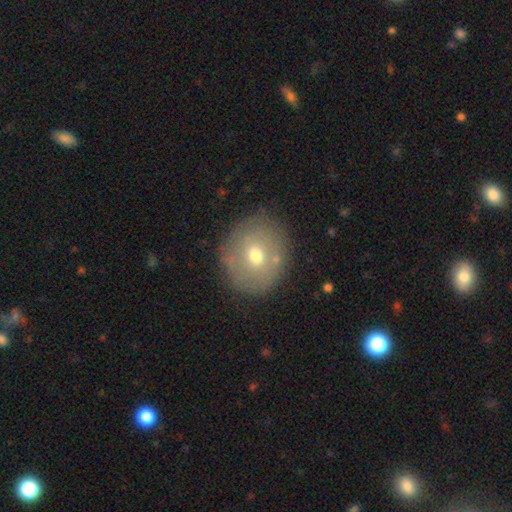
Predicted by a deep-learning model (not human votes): Overall: smooth (61%; featured or disk 29%). How rounded: round (73%). Merging: none (81%).